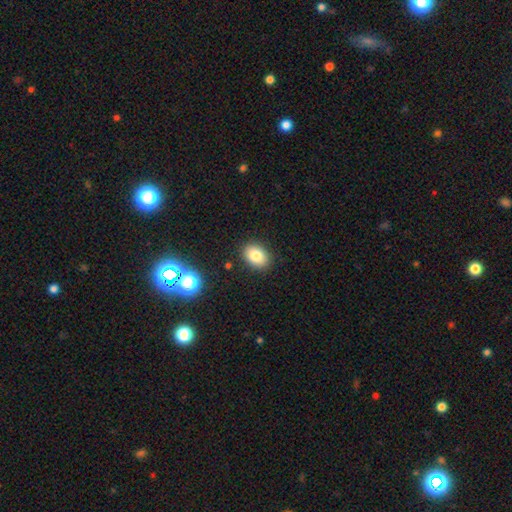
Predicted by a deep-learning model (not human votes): Smooth or featured? Predicted: smooth (p=0.81). How rounded? Predicted: in between (p=0.76). Merging? Predicted: none (p=0.88).